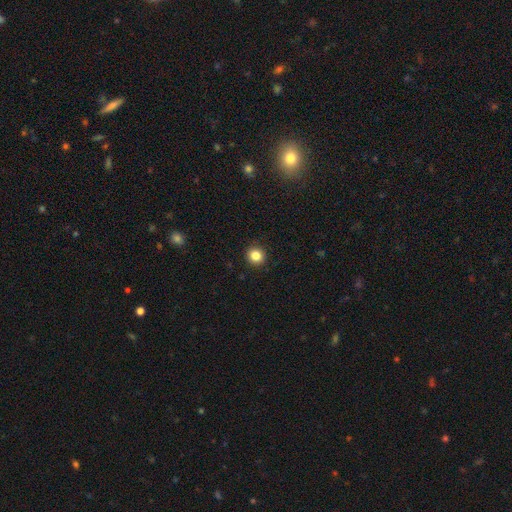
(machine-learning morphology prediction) Overall: smooth (84%). How rounded: round (91%). Merging: none (92%).